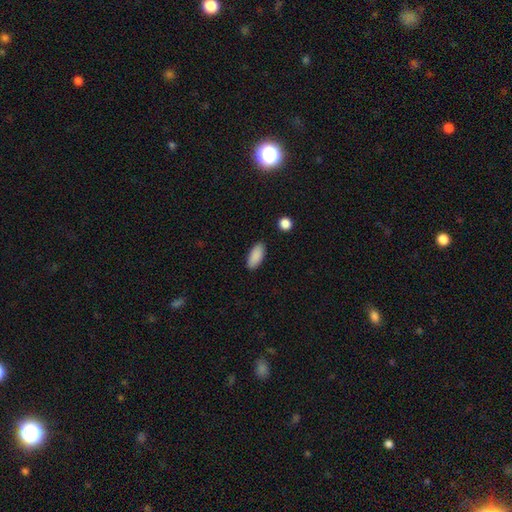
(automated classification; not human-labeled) smooth_or_featured: smooth (p=0.89) [alt: star or artifact p=0.07]
how_rounded: in between (p=0.87) [alt: cigar-shaped p=0.11]
merging: none (p=0.87) [alt: minor disturbance p=0.09]